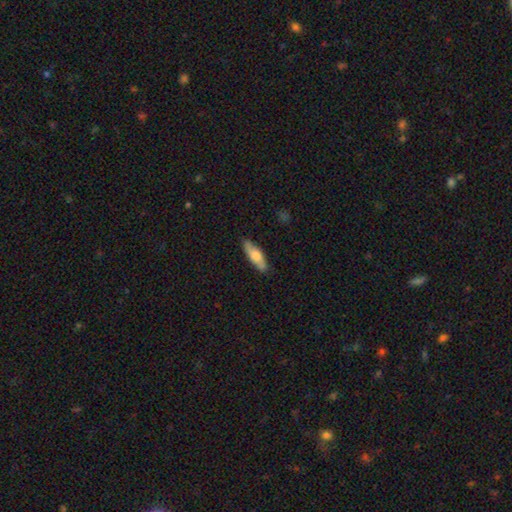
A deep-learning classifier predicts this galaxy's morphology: smooth 65%, featured or disk 29%, star or artifact 5%. Down the decision tree: how rounded — in between (49%); merging — none (86%).